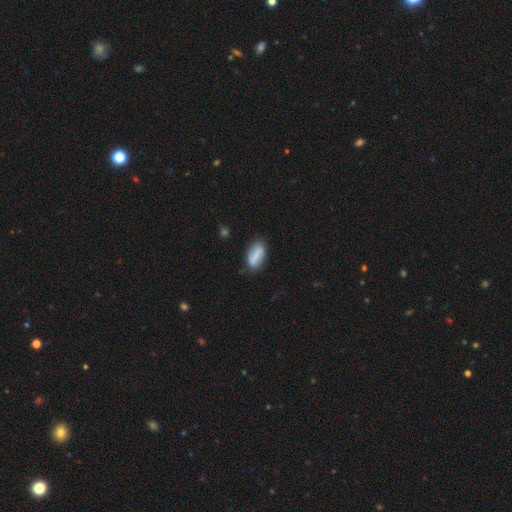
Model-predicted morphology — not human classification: smooth_or_featured: smooth (p=0.73) [alt: featured or disk p=0.19]
how_rounded: in between (p=0.84) [alt: cigar-shaped p=0.12]
merging: none (p=0.77) [alt: minor disturbance p=0.16]